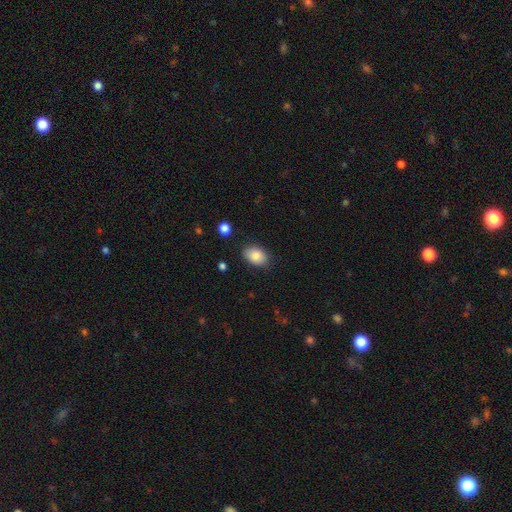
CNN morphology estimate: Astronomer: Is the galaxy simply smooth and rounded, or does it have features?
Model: smooth — 85%.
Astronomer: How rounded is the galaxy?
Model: in between — 82%.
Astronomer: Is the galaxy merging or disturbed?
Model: none — 82%.